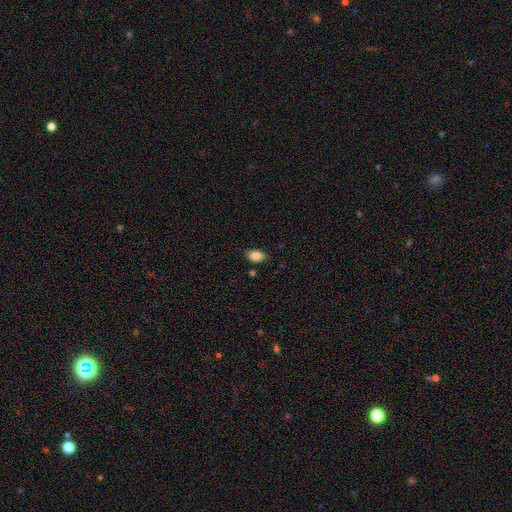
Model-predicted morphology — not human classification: This is clearly a smooth galaxy (86%). How rounded: clearly in between (90%). Merging: clearly none (83%).